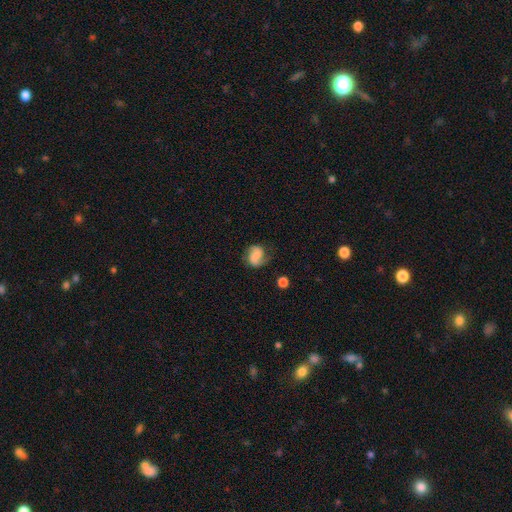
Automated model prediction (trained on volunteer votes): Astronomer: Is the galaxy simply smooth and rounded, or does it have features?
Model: featured or disk — 52% (runner-up: smooth, 39%).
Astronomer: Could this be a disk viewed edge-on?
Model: no — 97%.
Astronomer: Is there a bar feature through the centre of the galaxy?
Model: no — 45% (runner-up: weak, 35%).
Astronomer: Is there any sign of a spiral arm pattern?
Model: yes — 90%.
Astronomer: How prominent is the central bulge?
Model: none — 52%.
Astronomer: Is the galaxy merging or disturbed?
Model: none — 62%.